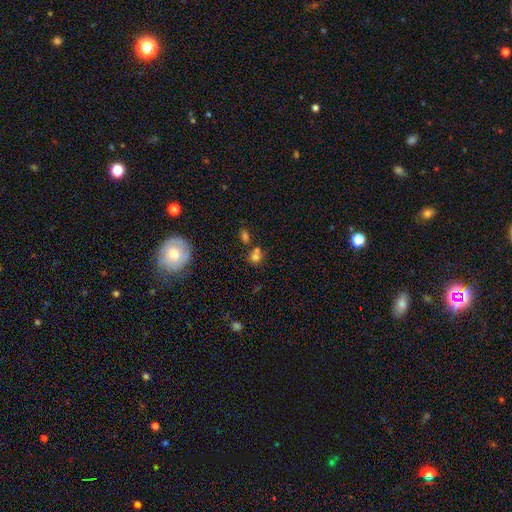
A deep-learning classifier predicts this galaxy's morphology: The model was most divided on "merging": none: 46%, merger: 41%, minor disturbance: 9%, major disturbance: 4%. More confident: how rounded — round (76%); smooth or featured — smooth (70%).